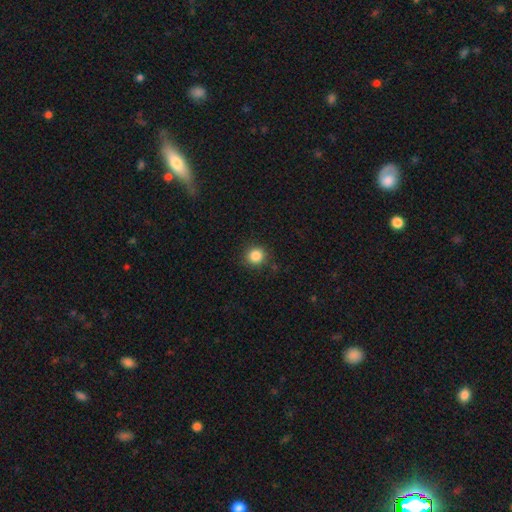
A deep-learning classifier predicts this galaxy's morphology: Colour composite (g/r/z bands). It shows a smooth galaxy with no disk features (85%) that is round (90%). Merging: none (87%).